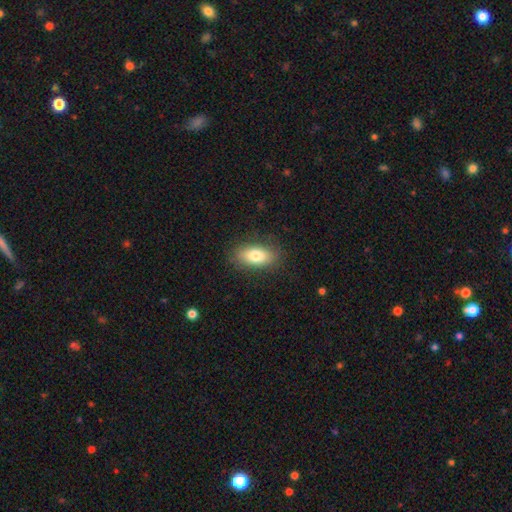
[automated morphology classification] smooth_or_featured: smooth (p=0.79) [alt: featured or disk p=0.13]
how_rounded: in between (p=0.87) [alt: cigar-shaped p=0.07]
merging: none (p=0.86) [alt: minor disturbance p=0.10]